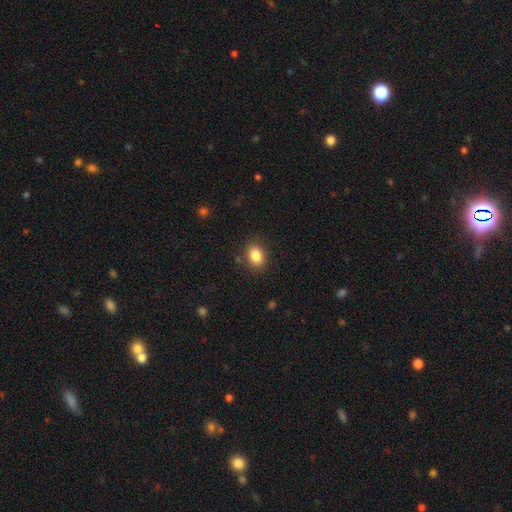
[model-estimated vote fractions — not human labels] A smooth galaxy with no disk features (85%) that is in between round and cigar-shaped (70%). Merging: none (86%).